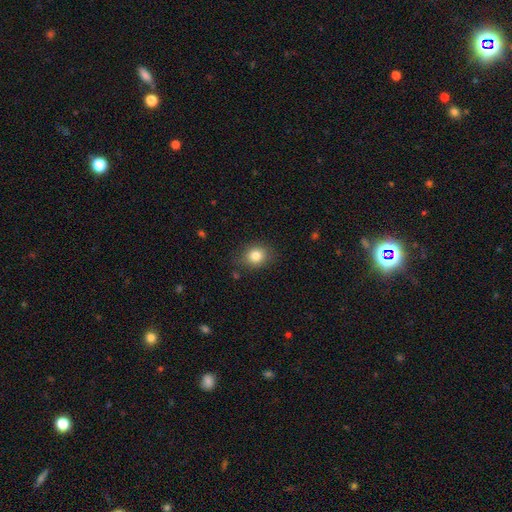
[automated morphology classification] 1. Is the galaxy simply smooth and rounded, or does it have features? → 82% smooth, 11% star or artifact, 7% featured or disk.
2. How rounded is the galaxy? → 66% round, 33% in between, 1% cigar-shaped.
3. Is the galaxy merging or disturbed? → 81% none, 14% minor disturbance, 3% major disturbance, 1% merger.